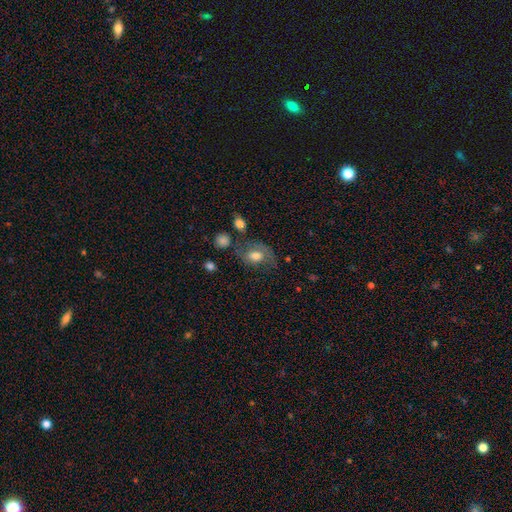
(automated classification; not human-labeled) Smooth or featured: smooth — 54% (featured or disk — 36%)
How rounded: in between — 73% (round — 26%)
Merging: none — 46% (minor disturbance — 25%)